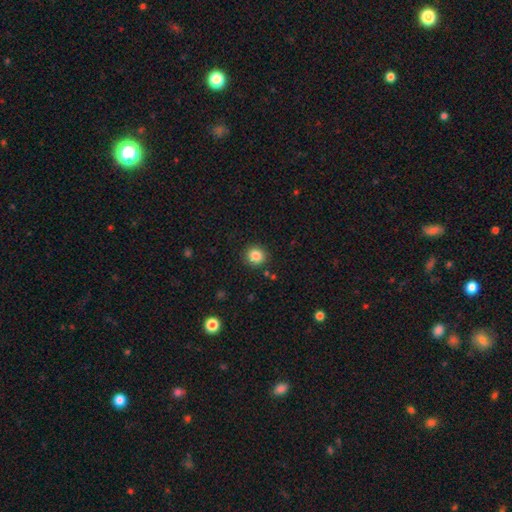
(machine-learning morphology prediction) A smooth galaxy with no disk features (85%) that is round (89%). Merging: none (90%).